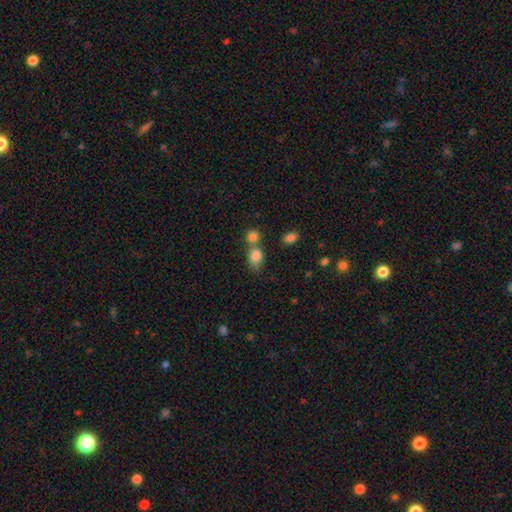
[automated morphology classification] A smooth galaxy with no disk features (82%) that is in between round and cigar-shaped (66%). Merging: merger (42%).